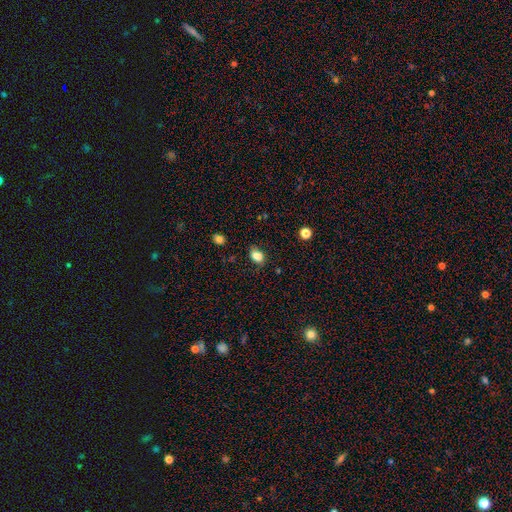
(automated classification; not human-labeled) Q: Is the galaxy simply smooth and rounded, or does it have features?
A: smooth — 83%.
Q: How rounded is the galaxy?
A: in between — 77%.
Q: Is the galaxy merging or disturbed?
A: none — 71%.